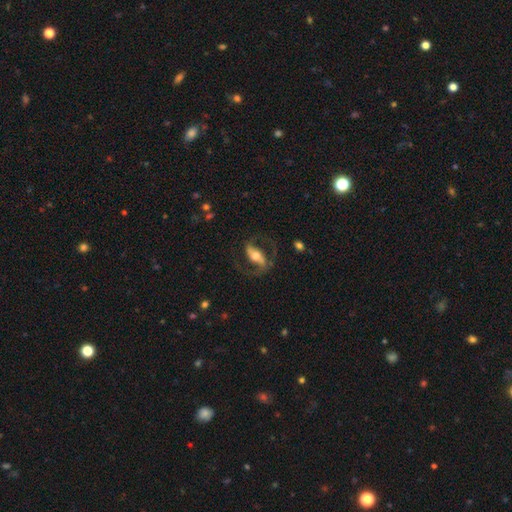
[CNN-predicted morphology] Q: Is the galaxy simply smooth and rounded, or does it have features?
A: featured or disk — 79%.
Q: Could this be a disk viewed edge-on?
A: no — 91%.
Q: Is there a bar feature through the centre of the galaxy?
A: strong — 59%.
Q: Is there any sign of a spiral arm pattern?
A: yes — 88%.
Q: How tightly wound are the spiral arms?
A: medium — 52%.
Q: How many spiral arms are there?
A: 2 — 90%.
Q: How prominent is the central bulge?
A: moderate — 66%.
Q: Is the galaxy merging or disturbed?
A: none — 69%.